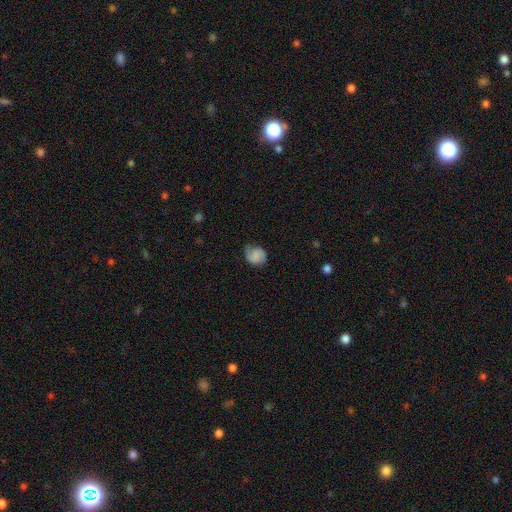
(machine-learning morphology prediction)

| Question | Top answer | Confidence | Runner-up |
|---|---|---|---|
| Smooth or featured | smooth | 55% | featured or disk (35%) |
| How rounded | round | 67% | in between (32%) |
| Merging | none | 67% | minor disturbance (23%) |